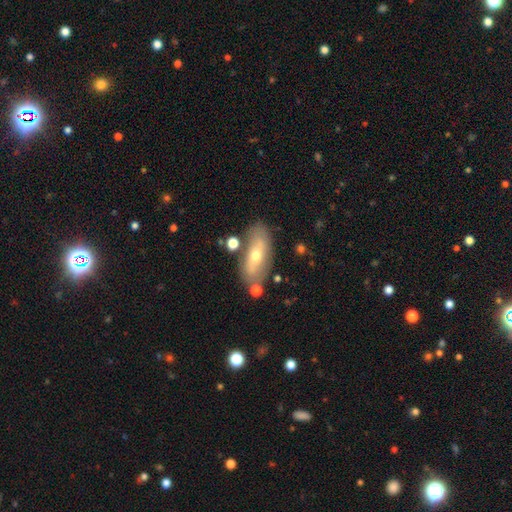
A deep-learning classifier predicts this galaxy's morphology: This appears to be a featured or disk galaxy (47%). Merging: none (75%).